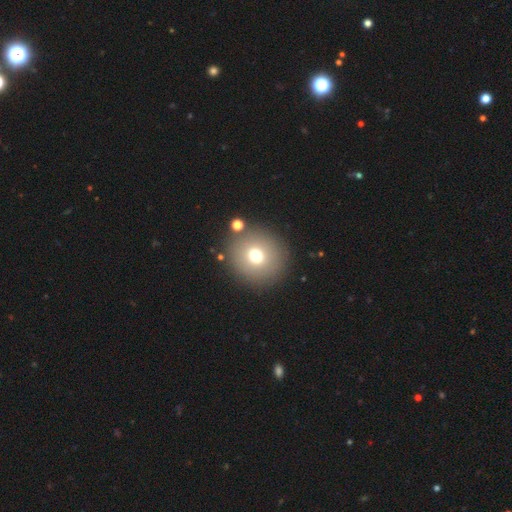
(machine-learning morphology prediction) smooth_or_featured: smooth (p=0.71) [alt: star or artifact p=0.15]
how_rounded: round (p=0.90) [alt: in between p=0.09]
merging: none (p=0.85) [alt: minor disturbance p=0.07]